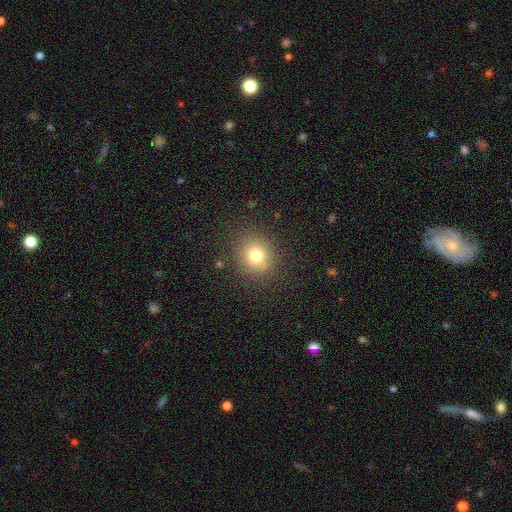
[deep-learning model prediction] The model was most divided on "smooth or featured": smooth: 76%, star or artifact: 14%, featured or disk: 10%. More confident: merging — none (86%); how rounded — round (81%).